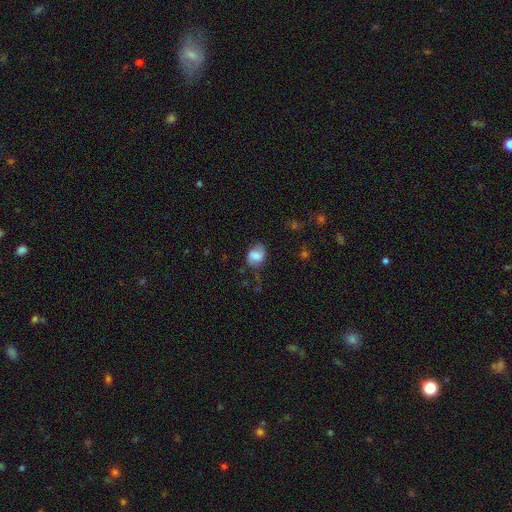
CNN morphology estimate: smooth 64%, featured or disk 27%, star or artifact 9%. Down the decision tree: how rounded — in between (58%); merging — none (57%).